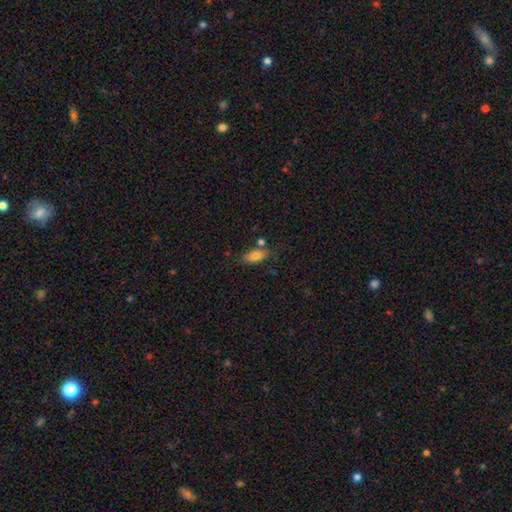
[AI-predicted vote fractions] Morphology: type=smooth (79%); roundness=in between (83%); merging=none (67%).